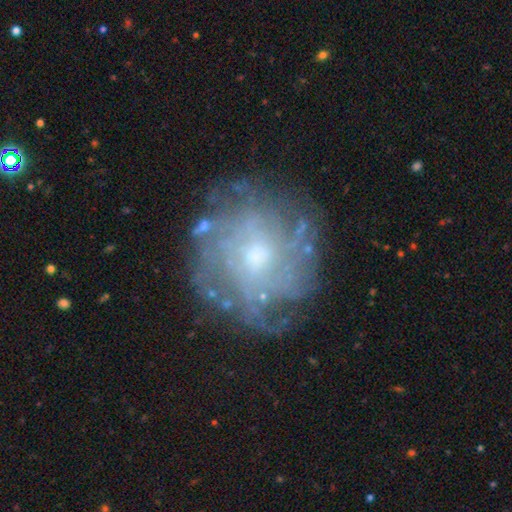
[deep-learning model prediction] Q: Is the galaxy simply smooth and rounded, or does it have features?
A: featured or disk — 75%.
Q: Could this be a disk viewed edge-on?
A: no — 97%.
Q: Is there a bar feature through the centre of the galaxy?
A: no — 76%.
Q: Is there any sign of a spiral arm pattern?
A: yes — 78%.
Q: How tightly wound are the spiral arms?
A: tight — 60%.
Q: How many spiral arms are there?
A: can't tell — 52%.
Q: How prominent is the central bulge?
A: moderate — 54%.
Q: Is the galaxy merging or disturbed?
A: none — 76%.